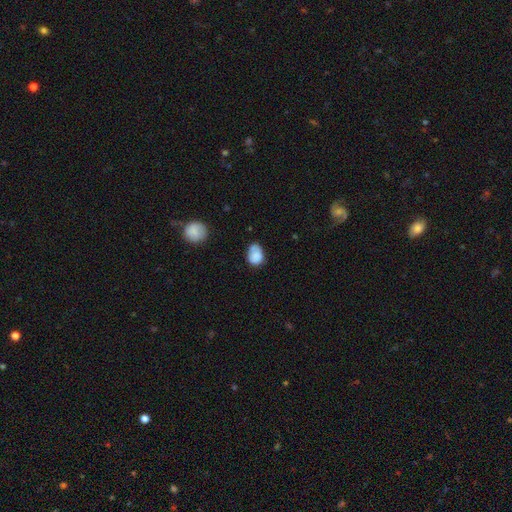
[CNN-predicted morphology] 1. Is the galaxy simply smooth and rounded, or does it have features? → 78% smooth, 13% featured or disk, 9% star or artifact.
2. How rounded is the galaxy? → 69% in between, 30% round, 1% cigar-shaped.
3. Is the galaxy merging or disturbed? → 48% none, 35% minor disturbance, 10% major disturbance, 7% merger.